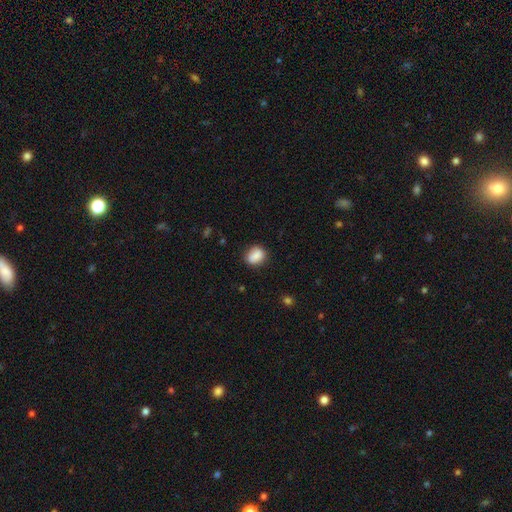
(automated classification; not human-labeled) Q: Smooth or featured?
A: smooth (85%); runner-up: star or artifact (8%)
Q: How rounded?
A: in between (57%); runner-up: round (41%)
Q: Merging?
A: none (78%); runner-up: minor disturbance (15%)